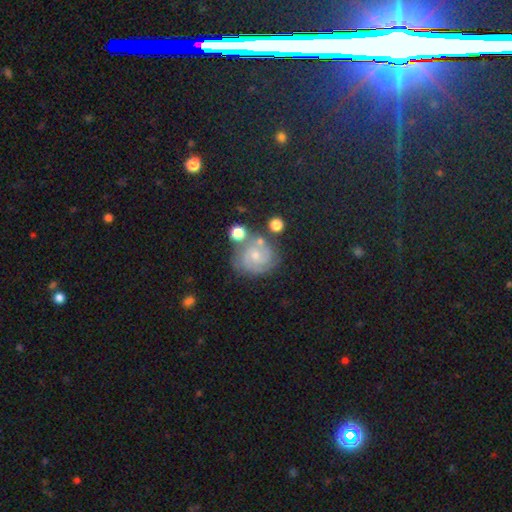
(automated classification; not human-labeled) Q: Smooth or featured?
A: featured or disk (78%); runner-up: smooth (15%)
Q: Edge-on disk?
A: no (98%); runner-up: yes (2%)
Q: Bar?
A: no (69%); runner-up: weak (27%)
Q: Spiral arms?
A: yes (95%); runner-up: no (5%)
Q: Spiral winding?
A: tight (62%); runner-up: medium (32%)
Q: Spiral arm count?
A: 2 (45%); runner-up: 3 (26%)
Q: Bulge size?
A: small (63%); runner-up: moderate (30%)
Q: Merging?
A: none (64%); runner-up: minor disturbance (18%)